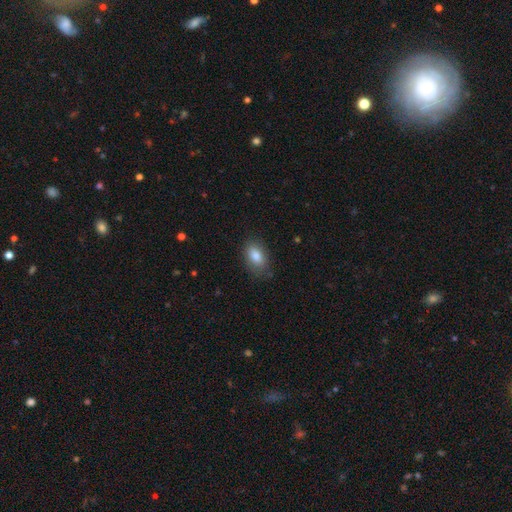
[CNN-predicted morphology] Overall: smooth (83%). How rounded: in between (90%). Merging: none (79%).